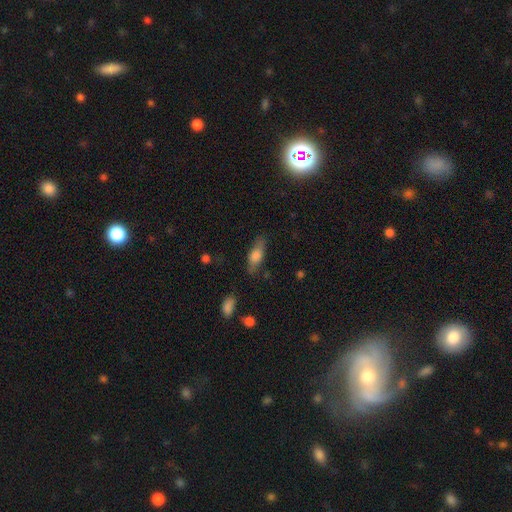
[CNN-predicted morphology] Smooth or featured: smooth — 71% (featured or disk — 21%)
How rounded: in between — 68% (cigar-shaped — 29%)
Merging: none — 72% (minor disturbance — 20%)